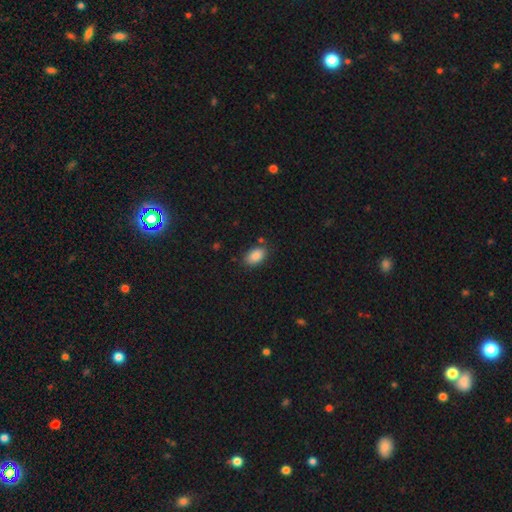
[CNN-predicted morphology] Smooth or featured? smooth (87%)
How rounded? in between (92%)
Merging? none (80%)